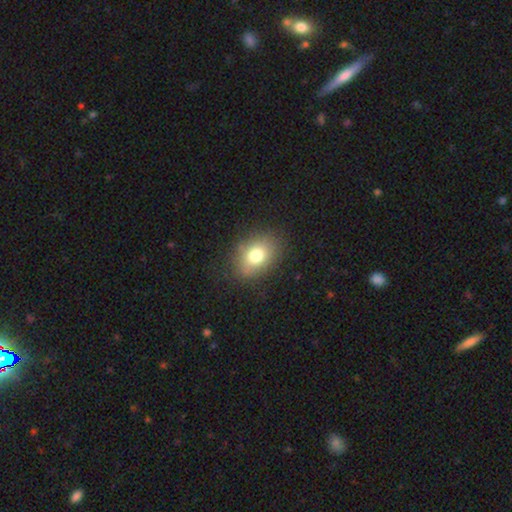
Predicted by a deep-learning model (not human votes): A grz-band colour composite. It shows a smooth galaxy with no disk features (76%) that is in between round and cigar-shaped (73%). Merging: none (82%).